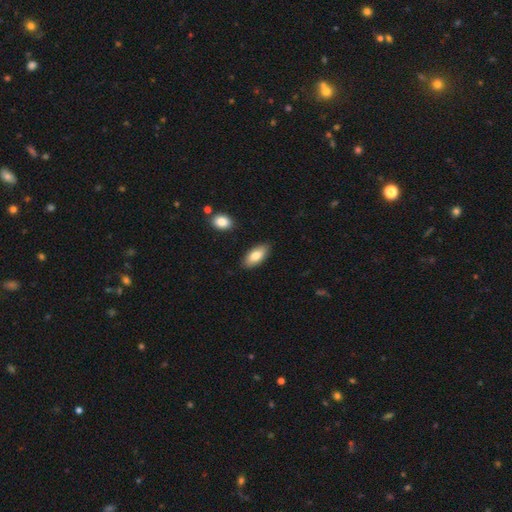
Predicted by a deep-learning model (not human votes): Morphology: type=smooth (81%); roundness=in between (88%); merging=none (85%).